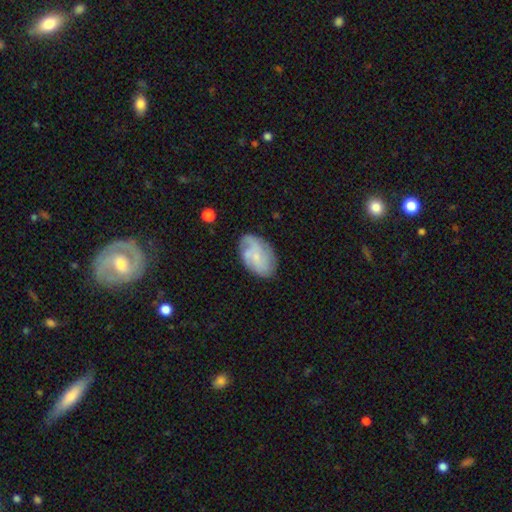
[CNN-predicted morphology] Overall: featured or disk (58%; smooth 34%). Edge-on disk: no (96%). Bar: no (71%). Spiral arms: yes (84%). Bulge size: small (68%). Merging: none (69%).